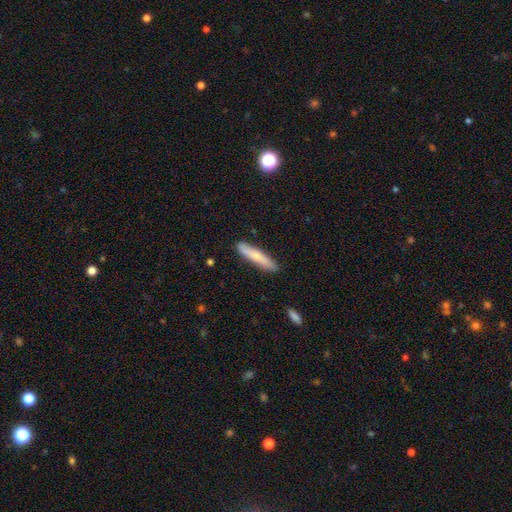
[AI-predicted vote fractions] smooth-or-featured: smooth: 68% | featured or disk: 26% | star or artifact: 6%
  how-rounded: cigar-shaped: 89% | in between: 10% | round: 1%
  merging: none: 87% | minor disturbance: 10% | major disturbance: 2% | merger: 1%